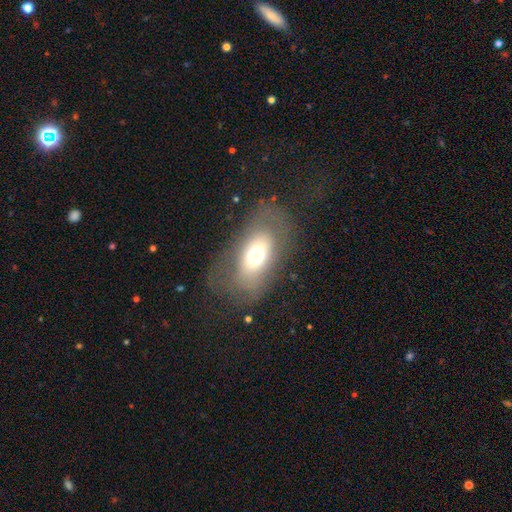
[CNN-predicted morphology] A smooth galaxy with no disk features (57%) that is in between round and cigar-shaped (86%). Merging: none (66%).